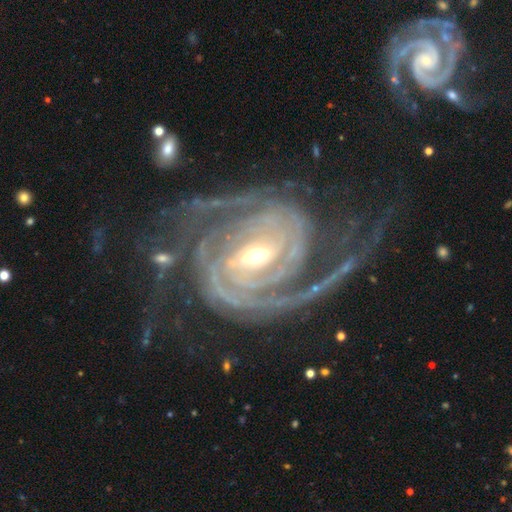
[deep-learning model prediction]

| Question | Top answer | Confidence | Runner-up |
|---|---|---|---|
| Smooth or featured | featured or disk | 93% | star or artifact (4%) |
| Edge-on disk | no | 97% | yes (3%) |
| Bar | strong | 43% | weak (40%) |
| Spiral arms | yes | 98% | no (2%) |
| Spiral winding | tight | 60% | medium (32%) |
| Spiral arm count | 2 | 51% | 3 (16%) |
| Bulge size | moderate | 50% | small (44%) |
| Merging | none | 60% | major disturbance (21%) |